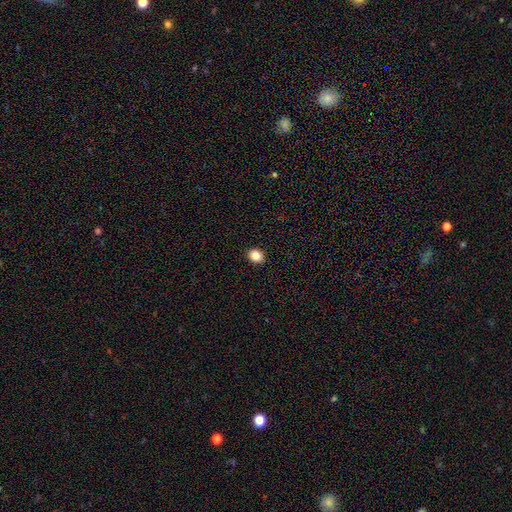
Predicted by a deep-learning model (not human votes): A smooth galaxy with no disk features (86%) that is round (60%).

Vote fractions:
- Smooth or featured? smooth: 86% / star or artifact: 10% / featured or disk: 4%
- How rounded? round: 60% / in between: 39% / cigar-shaped: 1%
- Merging? none: 92% / minor disturbance: 5% / major disturbance: 2% / merger: 1%